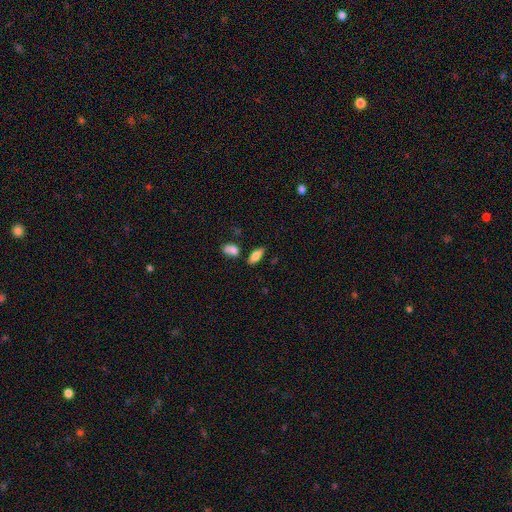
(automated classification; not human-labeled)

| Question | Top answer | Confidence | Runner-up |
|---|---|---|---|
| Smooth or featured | smooth | 79% | featured or disk (14%) |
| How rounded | in between | 81% | cigar-shaped (16%) |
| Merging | none | 74% | minor disturbance (12%) |